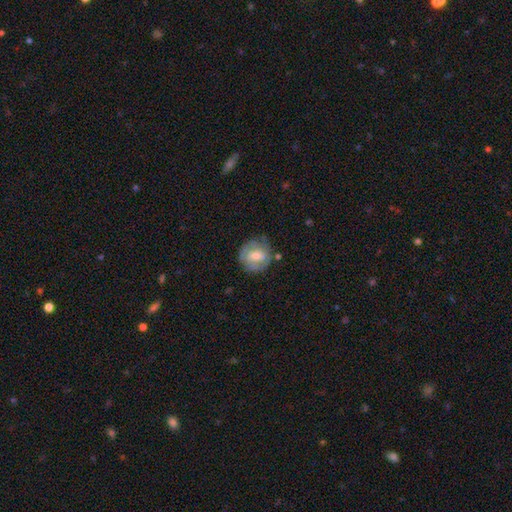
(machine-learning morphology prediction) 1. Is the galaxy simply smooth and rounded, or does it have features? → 52% featured or disk, 41% smooth, 7% star or artifact.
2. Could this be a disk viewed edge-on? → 97% no, 3% yes.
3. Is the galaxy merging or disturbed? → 66% none, 22% minor disturbance, 8% major disturbance, 4% merger.